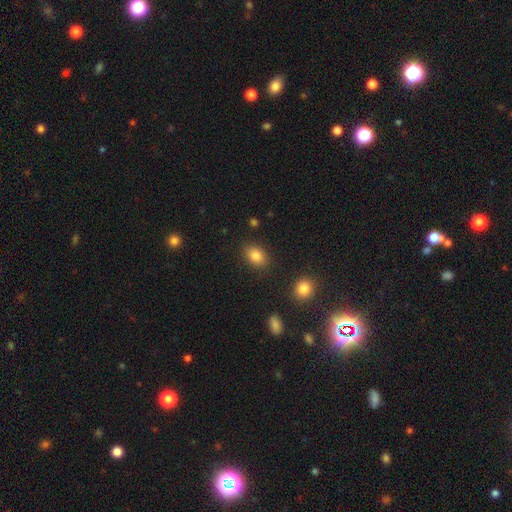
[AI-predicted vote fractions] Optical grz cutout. It shows a smooth galaxy with no disk features (85%) that is in between round and cigar-shaped (74%). Merging: none (86%).